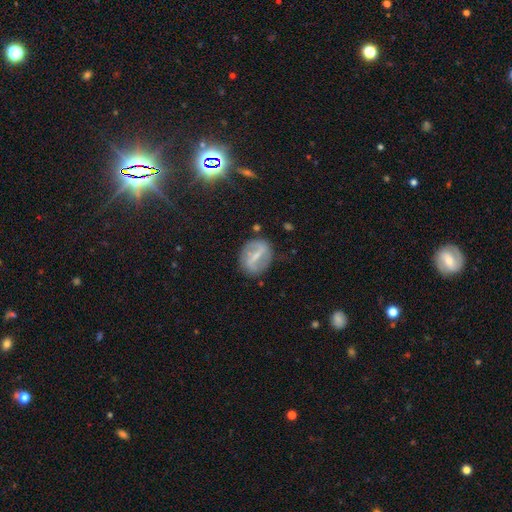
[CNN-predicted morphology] A featured or disk galaxy (65%) with a strong bar (61%), spiral arms (55%) and a small central bulge (51%).

Vote fractions:
- Smooth or featured? featured or disk: 65% / smooth: 27% / star or artifact: 8%
- Edge-on disk? no: 93% / yes: 7%
- Bar? strong: 61% / weak: 30% / no: 9%
- Spiral arms? yes: 55% / no: 45%
- Bulge size? small: 51% / none: 25% / moderate: 21% / large: 2% / dominant: 1%
- Merging? none: 78% / minor disturbance: 14% / major disturbance: 5% / merger: 2%